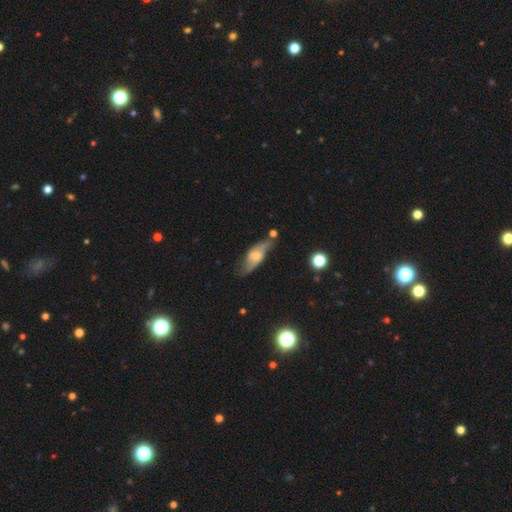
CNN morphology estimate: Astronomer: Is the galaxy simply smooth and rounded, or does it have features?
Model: featured or disk — 62%.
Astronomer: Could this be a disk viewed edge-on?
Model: no — 75%.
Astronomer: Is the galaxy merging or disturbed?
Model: none — 60%.